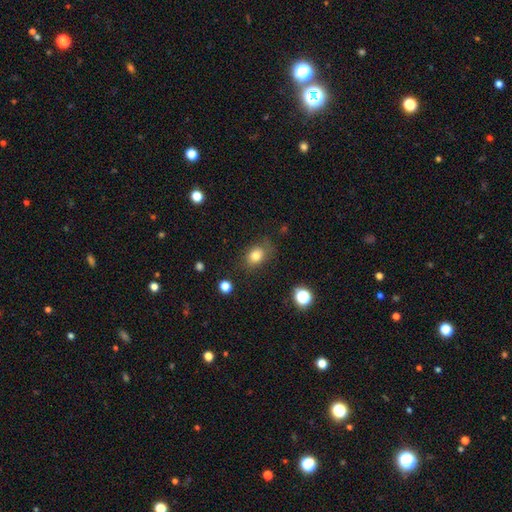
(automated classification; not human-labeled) smooth-or-featured: smooth: 80% | star or artifact: 11% | featured or disk: 9%
  how-rounded: in between: 61% | round: 38% | cigar-shaped: 1%
  merging: none: 72% | minor disturbance: 19% | major disturbance: 6% | merger: 2%